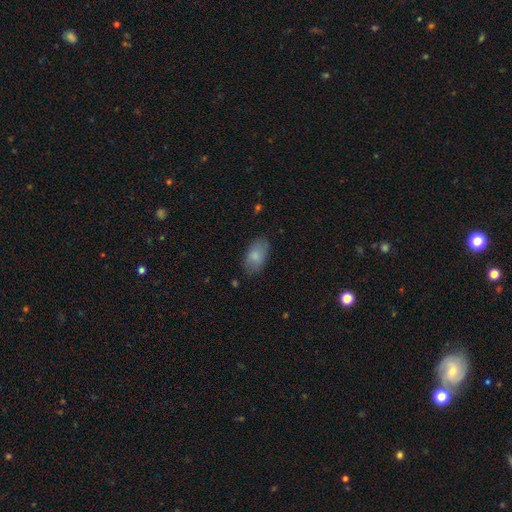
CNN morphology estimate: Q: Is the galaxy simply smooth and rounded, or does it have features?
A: smooth — 81%.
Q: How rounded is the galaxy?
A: in between — 93%.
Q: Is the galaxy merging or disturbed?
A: none — 75%.